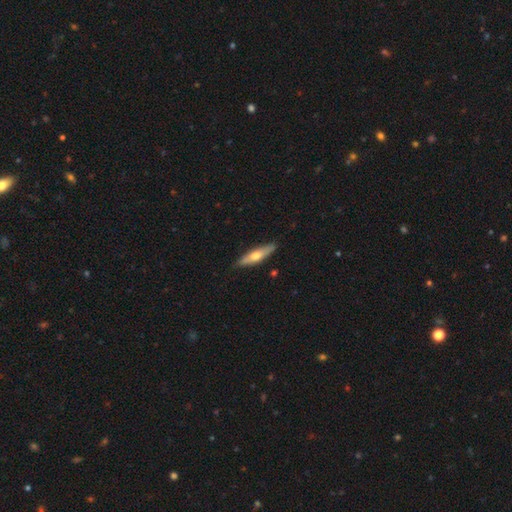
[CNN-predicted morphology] Q: Smooth or featured?
A: smooth (53%); runner-up: featured or disk (41%)
Q: How rounded?
A: cigar-shaped (73%); runner-up: in between (25%)
Q: Merging?
A: none (86%); runner-up: minor disturbance (11%)